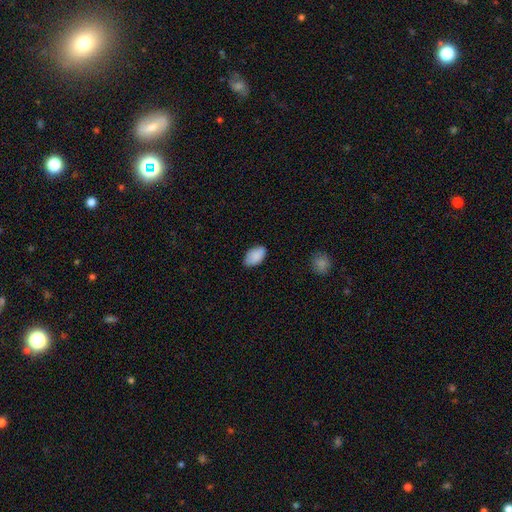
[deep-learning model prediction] This is clearly a smooth galaxy (85%). How rounded: clearly in between (94%). Merging: likely none (76%).